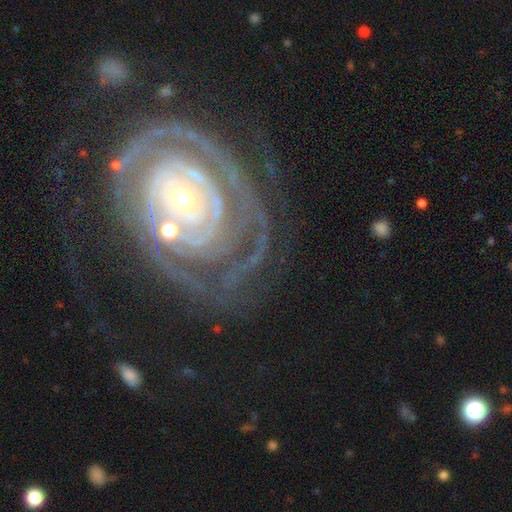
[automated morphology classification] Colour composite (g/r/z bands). It shows a featured or disk galaxy (86%) with no bar (76%), tight (82%) spiral arms (91%) and a small central bulge (67%). Merging: none (63%).